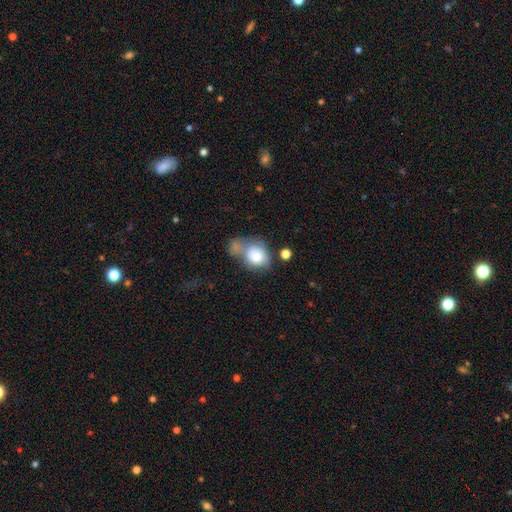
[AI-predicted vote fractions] Smooth or featured?
  - smooth: 77% *
  - featured or disk: 16%
  - star or artifact: 8%
How rounded?
  - in between: 50% *
  - round: 49%
  - cigar-shaped: 1%
Merging?
  - merger: 43% *
  - none: 23%
  - minor disturbance: 17%
  - major disturbance: 17%